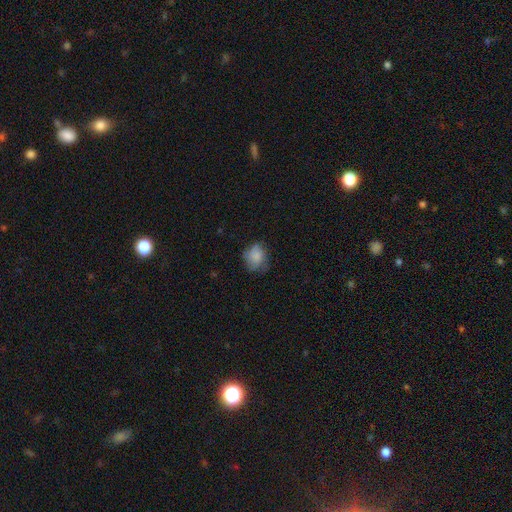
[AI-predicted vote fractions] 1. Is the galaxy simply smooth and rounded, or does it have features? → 73% smooth, 18% featured or disk, 9% star or artifact.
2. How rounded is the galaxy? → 60% round, 39% in between, 1% cigar-shaped.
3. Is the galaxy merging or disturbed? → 60% none, 27% minor disturbance, 11% major disturbance, 1% merger.